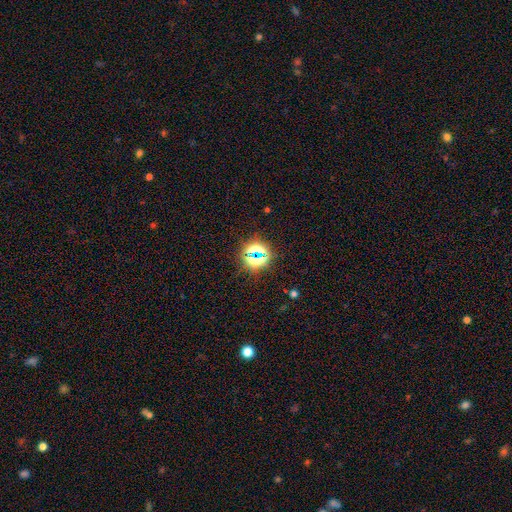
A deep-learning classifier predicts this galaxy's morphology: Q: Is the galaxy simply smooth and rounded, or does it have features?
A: star or artifact — 69%.